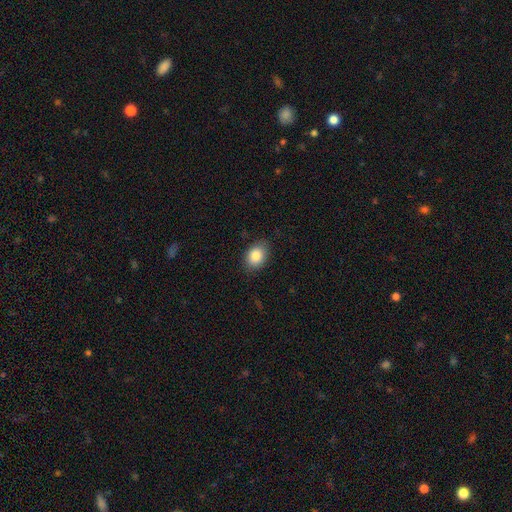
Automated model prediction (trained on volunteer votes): This is clearly a smooth galaxy (85%). How rounded: likely in between (72%). Merging: clearly none (84%).